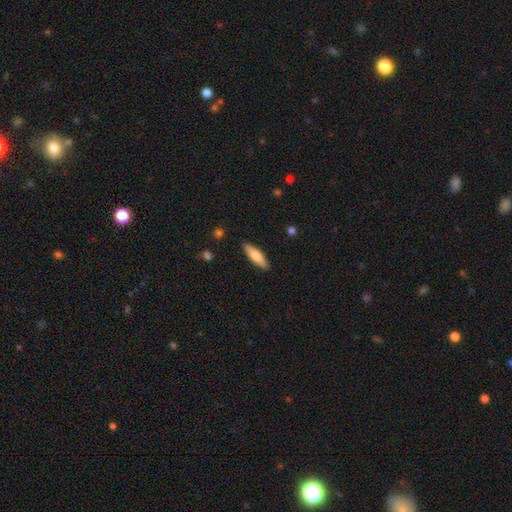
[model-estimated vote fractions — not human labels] Smooth or featured: smooth — 74% (featured or disk — 21%)
How rounded: cigar-shaped — 64% (in between — 34%)
Merging: none — 89% (minor disturbance — 8%)